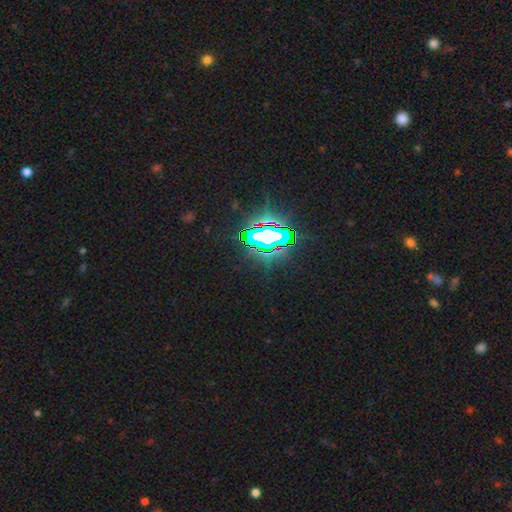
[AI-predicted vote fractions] This appears to be a star or artifact, not a galaxy (81%).